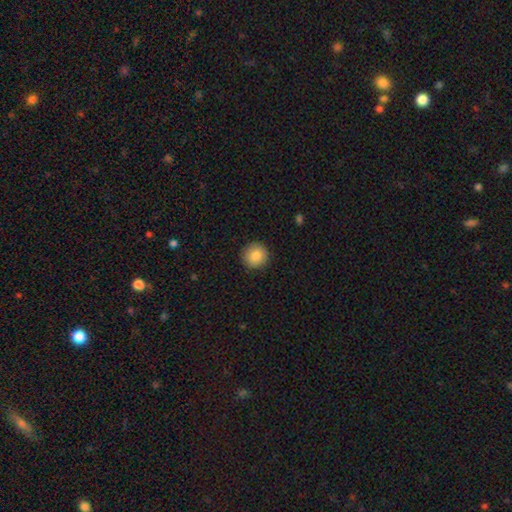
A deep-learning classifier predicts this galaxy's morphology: Overall: smooth (86%). How rounded: round (95%). Merging: none (92%).